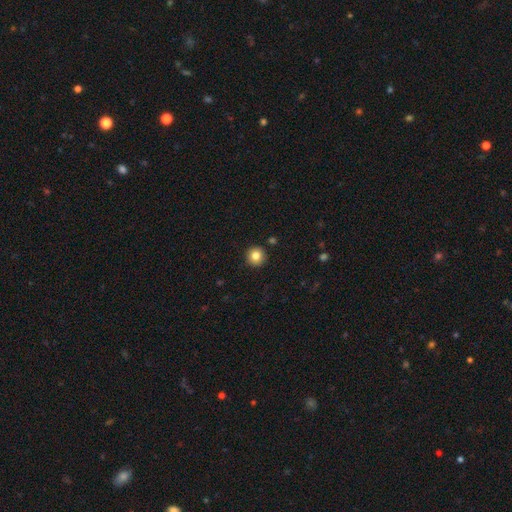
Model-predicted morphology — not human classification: Overall: smooth (83%). How rounded: round (96%). Merging: none (92%).